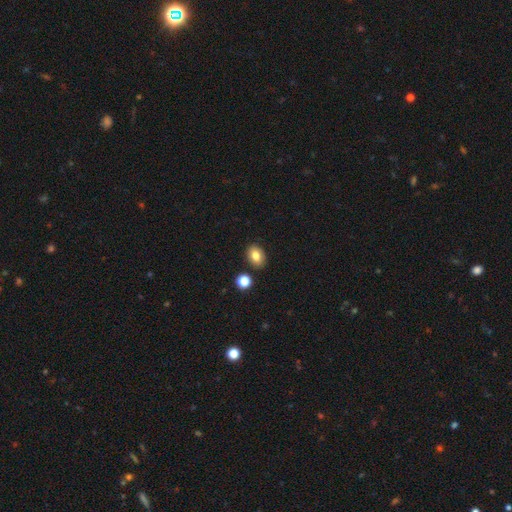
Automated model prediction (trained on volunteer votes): Morphology: type=smooth (80%); roundness=in between (67%); merging=none (85%).